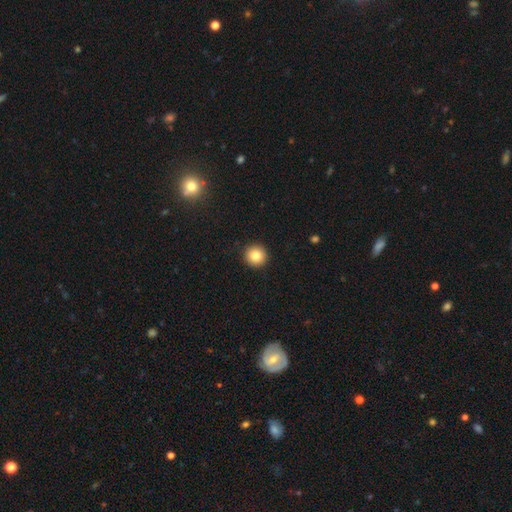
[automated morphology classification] Smooth or featured?
  - smooth: 83% *
  - star or artifact: 10%
  - featured or disk: 7%
How rounded?
  - round: 96% *
  - in between: 3%
  - cigar-shaped: 1%
Merging?
  - none: 94% *
  - minor disturbance: 4%
  - major disturbance: 1%
  - merger: 1%